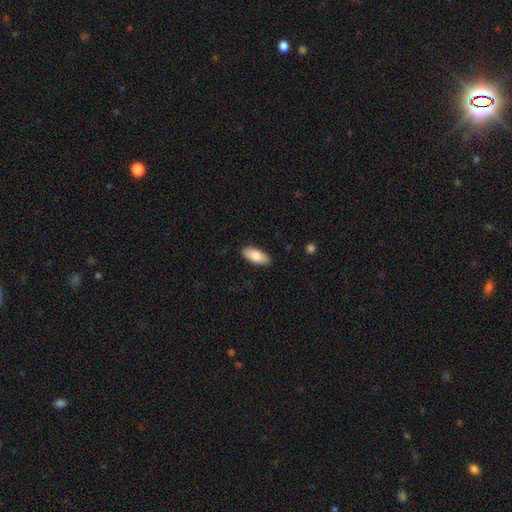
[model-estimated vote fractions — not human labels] smooth_or_featured: smooth (p=0.85) [alt: featured or disk p=0.09]
how_rounded: in between (p=0.87) [alt: cigar-shaped p=0.11]
merging: none (p=0.89) [alt: minor disturbance p=0.09]